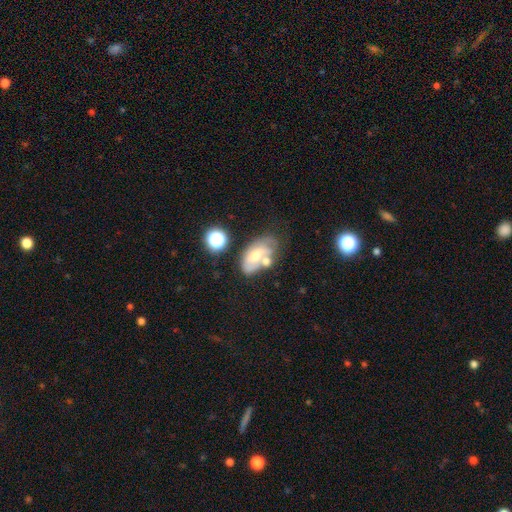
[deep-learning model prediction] This appears to be a featured or disk galaxy (45%). Merging: none (33%).